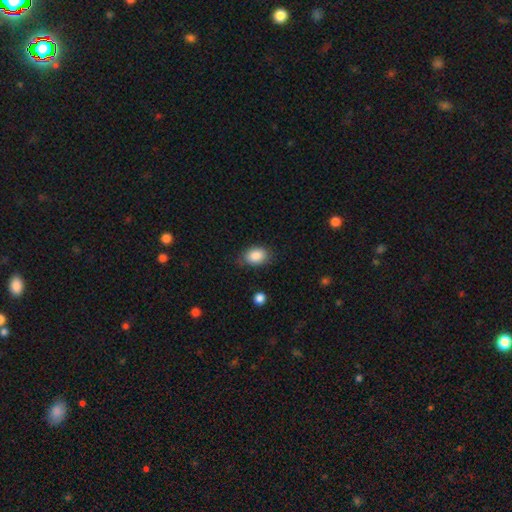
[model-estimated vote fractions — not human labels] A smooth galaxy with no disk features (87%) that is in between round and cigar-shaped (82%). Merging: none (75%).